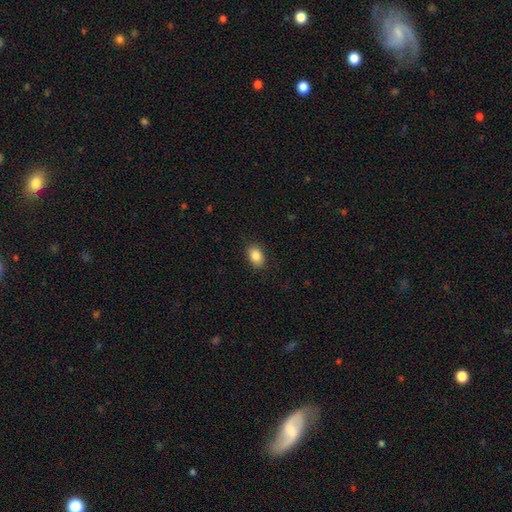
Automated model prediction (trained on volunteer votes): Smooth or featured? Predicted: smooth (p=0.86). How rounded? Predicted: in between (p=0.83). Merging? Predicted: none (p=0.88).